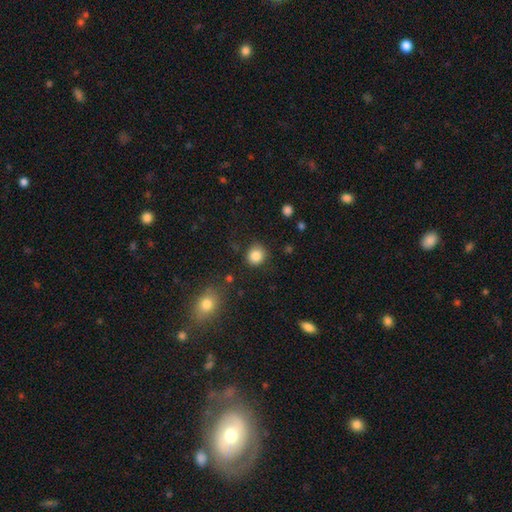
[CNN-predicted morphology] A smooth galaxy with no disk features (85%) that is round (85%). Merging: none (83%).